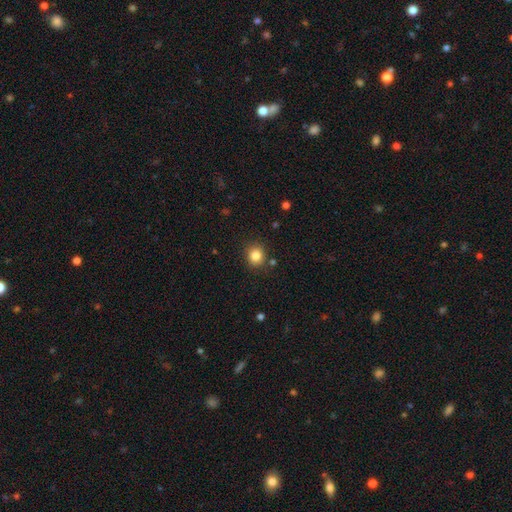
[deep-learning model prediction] A smooth galaxy with no disk features (83%) that is round (83%).

Vote fractions:
- Smooth or featured? smooth: 83% / star or artifact: 11% / featured or disk: 5%
- How rounded? round: 83% / in between: 17% / cigar-shaped: 1%
- Merging? none: 86% / minor disturbance: 8% / merger: 3% / major disturbance: 2%